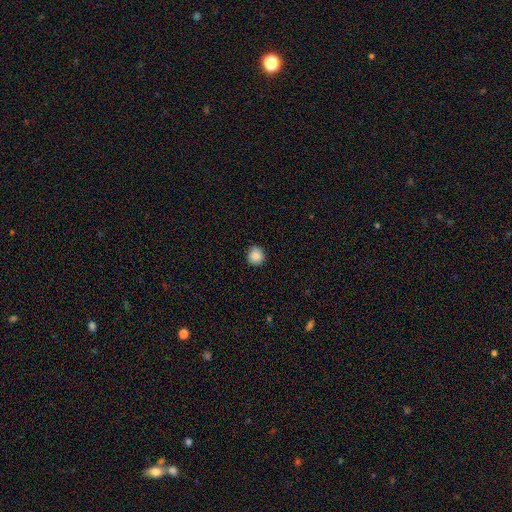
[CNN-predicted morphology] Smooth or featured?
  - smooth: 87% *
  - star or artifact: 9%
  - featured or disk: 3%
How rounded?
  - round: 90% *
  - in between: 9%
  - cigar-shaped: 1%
Merging?
  - none: 90% *
  - minor disturbance: 7%
  - major disturbance: 2%
  - merger: 1%